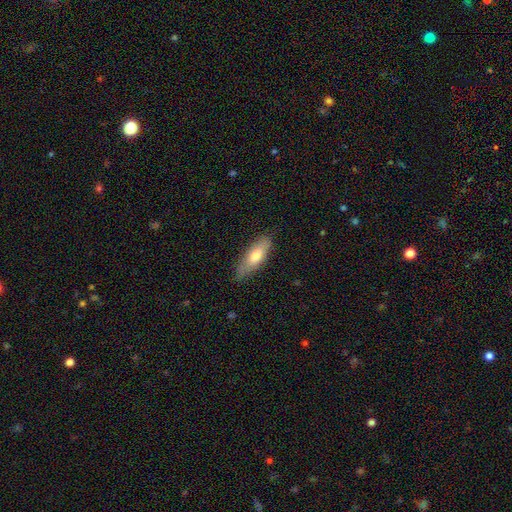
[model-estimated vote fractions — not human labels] Q: Smooth or featured?
A: smooth (68%); runner-up: featured or disk (25%)
Q: How rounded?
A: in between (59%); runner-up: cigar-shaped (38%)
Q: Merging?
A: none (73%); runner-up: minor disturbance (21%)